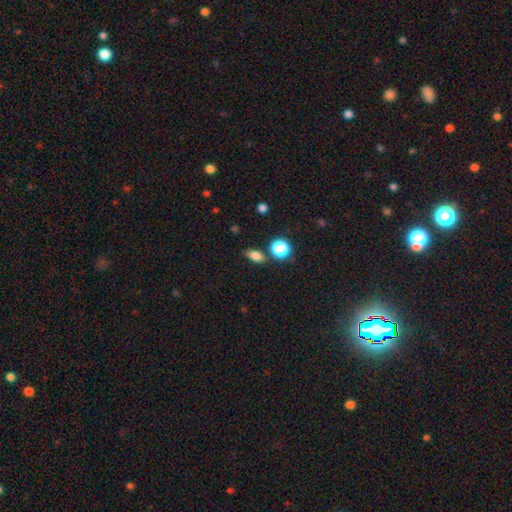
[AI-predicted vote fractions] A smooth galaxy with no disk features (78%) that is in between round and cigar-shaped (71%).

Vote fractions:
- Smooth or featured? smooth: 78% / star or artifact: 12% / featured or disk: 9%
- How rounded? in between: 71% / round: 19% / cigar-shaped: 9%
- Merging? none: 77% / minor disturbance: 14% / merger: 5% / major disturbance: 4%